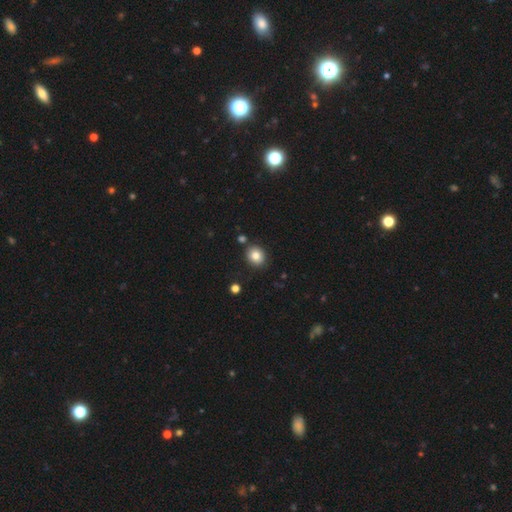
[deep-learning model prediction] Smooth or featured?
  - smooth: 82% *
  - star or artifact: 10%
  - featured or disk: 8%
How rounded?
  - round: 68% *
  - in between: 31%
  - cigar-shaped: 1%
Merging?
  - none: 84% *
  - minor disturbance: 9%
  - merger: 5%
  - major disturbance: 2%